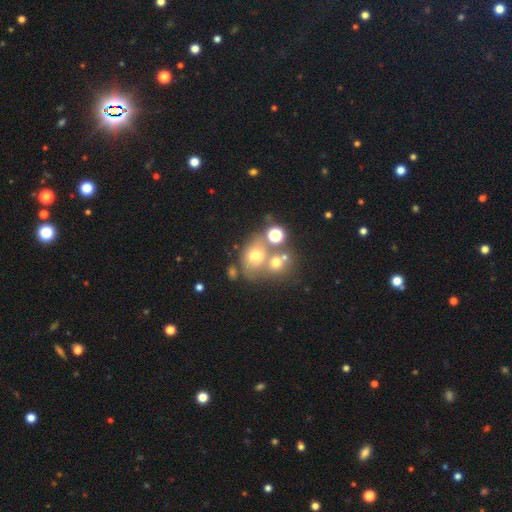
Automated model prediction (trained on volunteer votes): Smooth or featured? Predicted: smooth (p=0.57). How rounded? Predicted: round (p=0.53). Merging? Predicted: none (p=0.40, tied with merger).